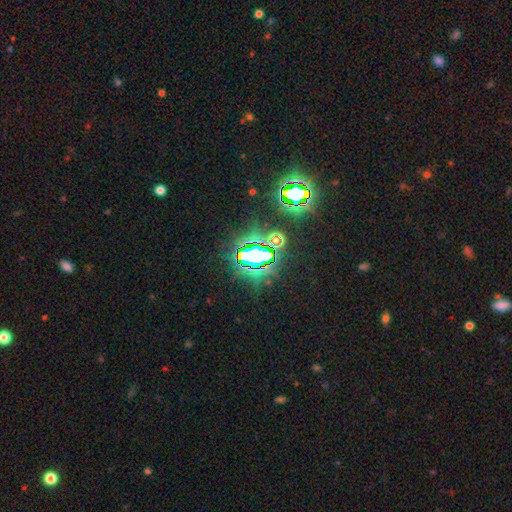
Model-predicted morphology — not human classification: Smooth or featured? star or artifact (75%)